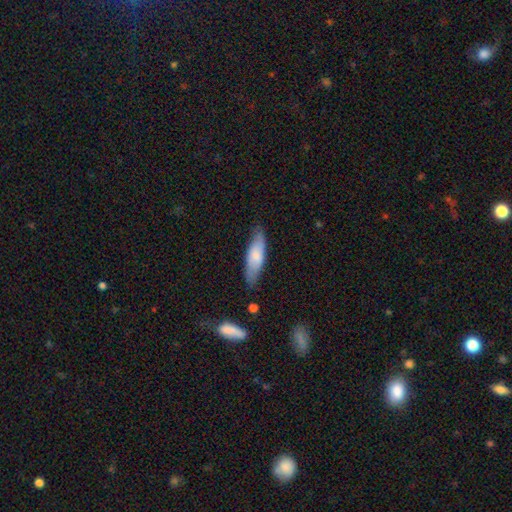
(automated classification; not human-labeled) This is likely a smooth galaxy (69%). How rounded: possibly cigar-shaped (51%). Merging: likely none (75%).